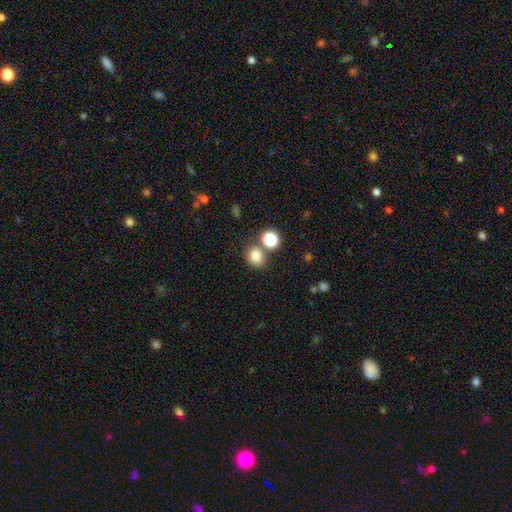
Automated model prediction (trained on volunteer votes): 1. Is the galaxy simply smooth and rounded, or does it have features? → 79% smooth, 15% star or artifact, 6% featured or disk.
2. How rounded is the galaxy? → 71% round, 28% in between, 1% cigar-shaped.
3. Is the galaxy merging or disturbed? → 71% none, 15% merger, 10% minor disturbance, 4% major disturbance.